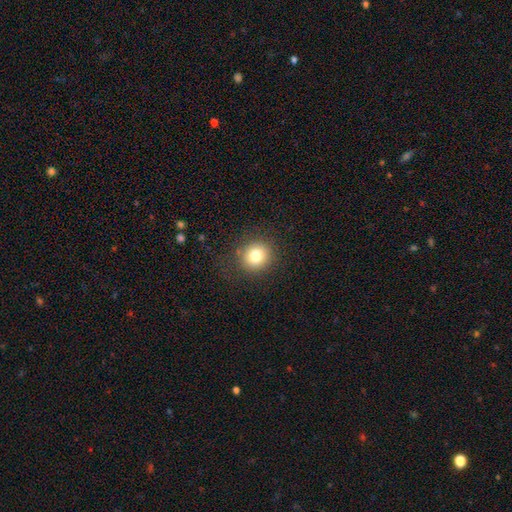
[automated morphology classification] The model was most divided on "smooth or featured": smooth: 78%, star or artifact: 12%, featured or disk: 10%. More confident: how rounded — round (91%); merging — none (86%).